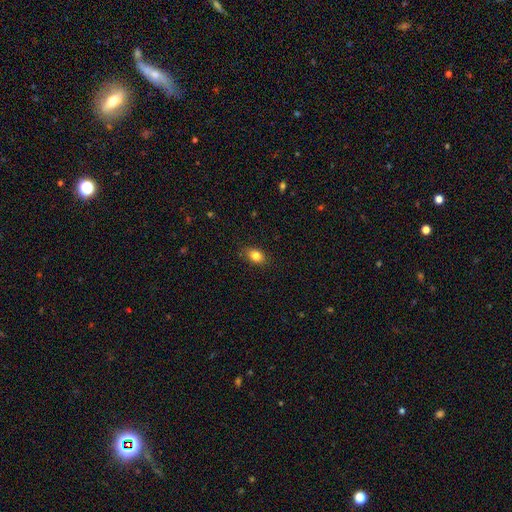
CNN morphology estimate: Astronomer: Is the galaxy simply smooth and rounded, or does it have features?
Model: smooth — 84%.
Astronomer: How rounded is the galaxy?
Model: in between — 76%.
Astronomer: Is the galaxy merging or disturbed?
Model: none — 86%.